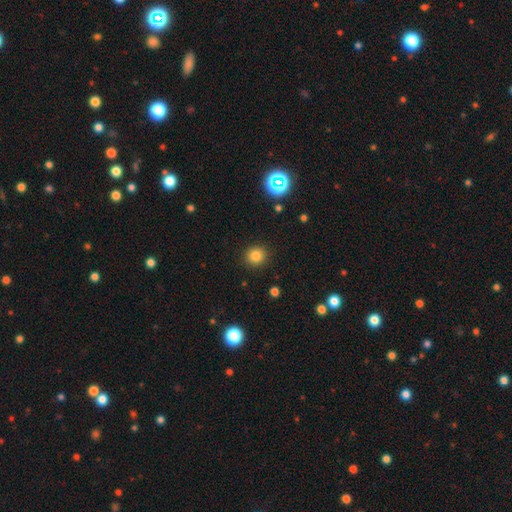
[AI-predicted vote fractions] smooth-or-featured: smooth: 81% | star or artifact: 14% | featured or disk: 5%
  how-rounded: round: 91% | in between: 8% | cigar-shaped: 1%
  merging: none: 91% | minor disturbance: 6% | major disturbance: 2% | merger: 1%